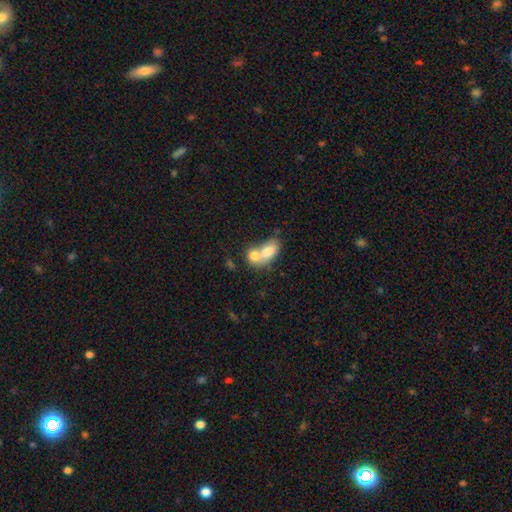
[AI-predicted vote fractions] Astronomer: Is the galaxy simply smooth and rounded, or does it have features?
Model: smooth — 73%.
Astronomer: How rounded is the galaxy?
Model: in between — 78%.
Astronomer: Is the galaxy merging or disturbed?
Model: merger — 73%.